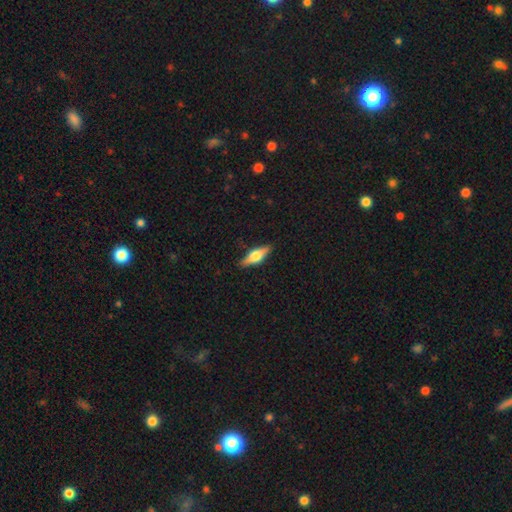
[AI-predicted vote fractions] smooth_or_featured: featured or disk (p=0.55) [alt: smooth p=0.39]
disk_edge_on: yes (p=0.94) [alt: no p=0.06]
edge_on_bulge: rounded (p=0.93) [alt: boxy p=0.05]
merging: none (p=0.88) [alt: minor disturbance p=0.09]